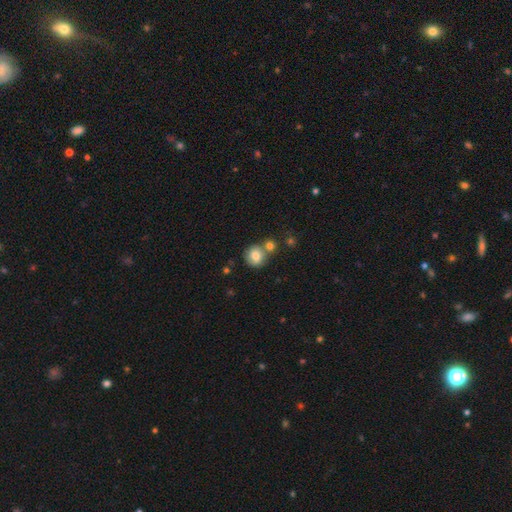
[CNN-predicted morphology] A smooth galaxy with no disk features (79%) that is round (80%). Merging: none (57%).